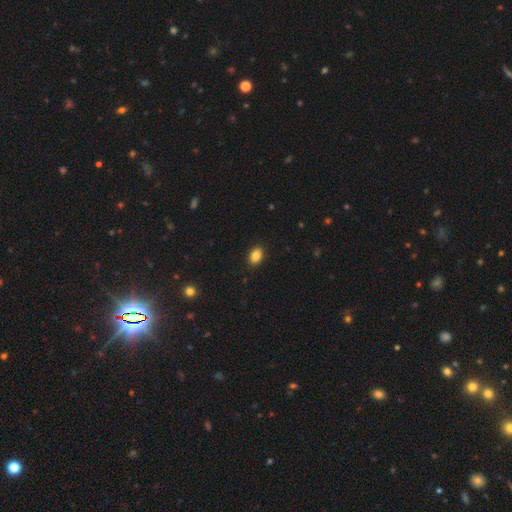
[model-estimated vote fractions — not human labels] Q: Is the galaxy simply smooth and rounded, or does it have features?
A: smooth — 87%.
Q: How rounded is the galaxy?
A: in between — 78%.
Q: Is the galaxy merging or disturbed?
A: none — 90%.